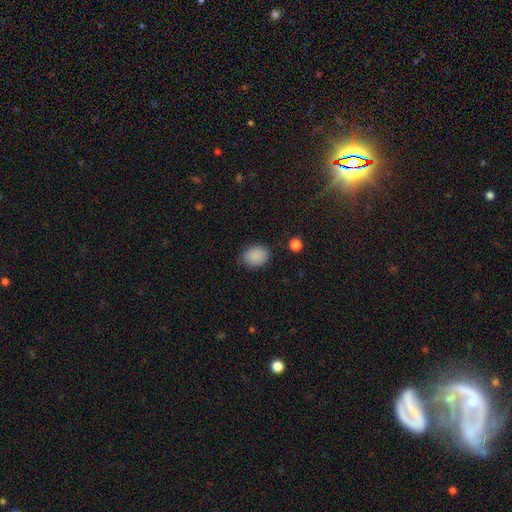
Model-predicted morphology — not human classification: Smooth or featured? Predicted: smooth (p=0.88). How rounded? Predicted: in between (p=0.52). Merging? Predicted: none (p=0.82).